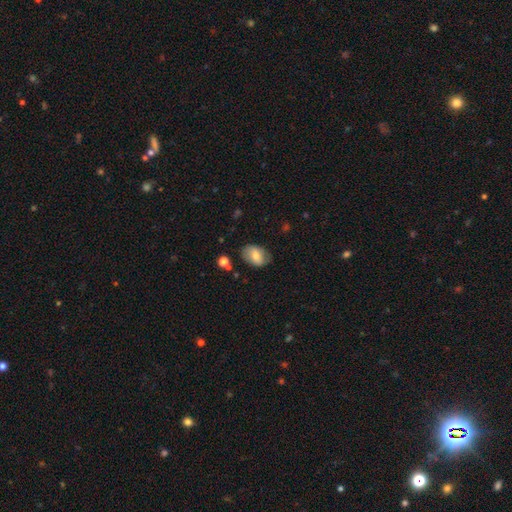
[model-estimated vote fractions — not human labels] smooth 70%, featured or disk 22%, star or artifact 8%. Down the decision tree: how rounded — in between (81%); merging — none (73%).